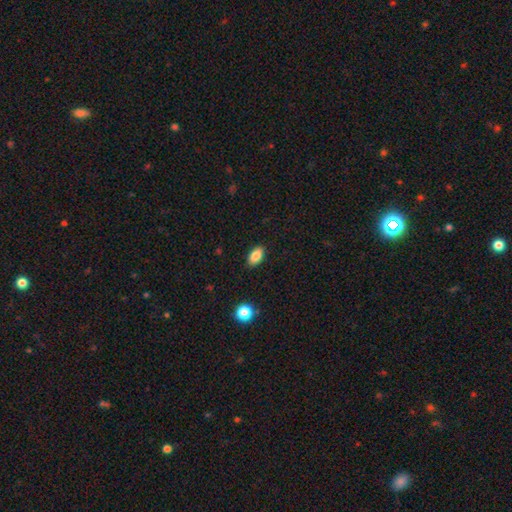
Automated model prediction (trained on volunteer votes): A smooth galaxy with no disk features (86%) that is in between round and cigar-shaped (91%).

Vote fractions:
- Smooth or featured? smooth: 86% / star or artifact: 9% / featured or disk: 5%
- How rounded? in between: 91% / round: 6% / cigar-shaped: 3%
- Merging? none: 88% / minor disturbance: 9% / major disturbance: 2% / merger: 1%